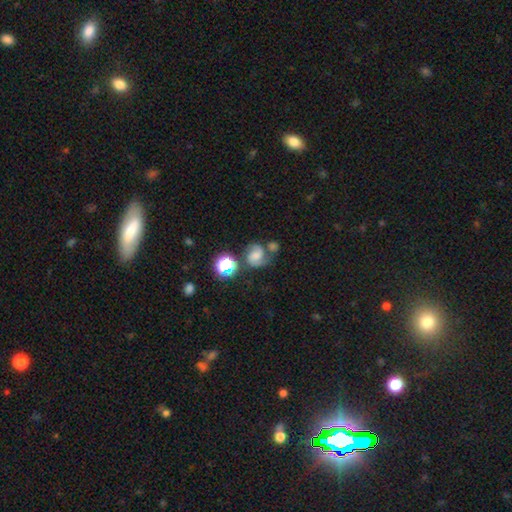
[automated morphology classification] Overall: featured or disk (57%; smooth 29%). Edge-on disk: no (98%). Bar: no (59%; weak 32%). Spiral arms: yes (92%). Spiral arm count: 2 (83%). Spiral winding: medium (52%; tight 25%). Bulge size: moderate (36%; small 33%). Merging: none (48%; merger 21%).